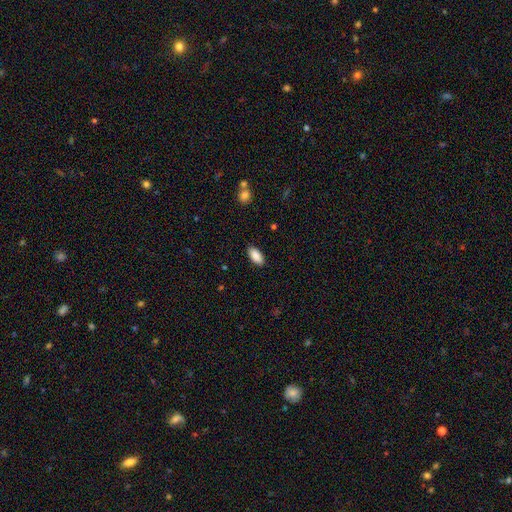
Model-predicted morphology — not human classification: type=smooth (89%); roundness=in between (92%); merging=none (89%).